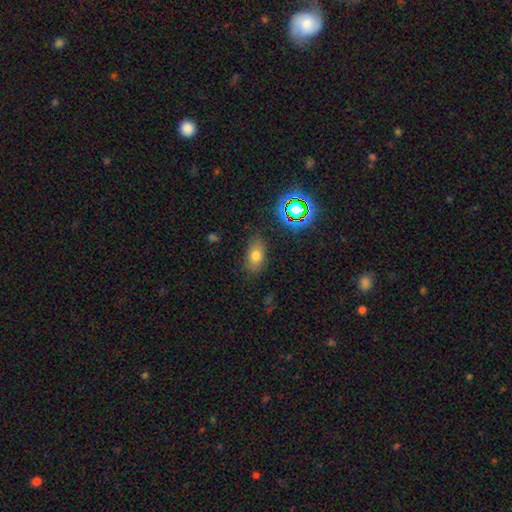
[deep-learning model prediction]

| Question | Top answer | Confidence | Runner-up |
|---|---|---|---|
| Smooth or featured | smooth | 71% | star or artifact (16%) |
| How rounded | in between | 83% | round (13%) |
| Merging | none | 80% | minor disturbance (14%) |